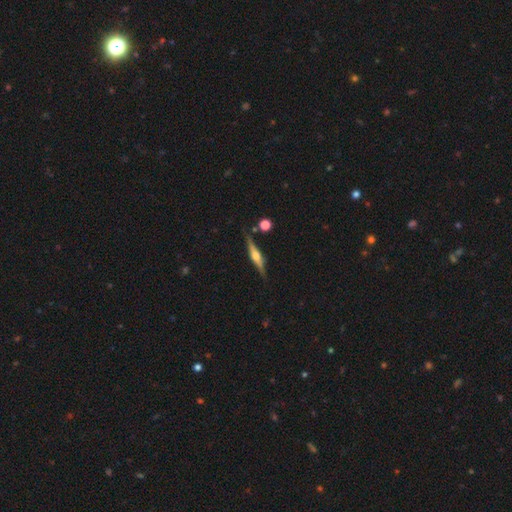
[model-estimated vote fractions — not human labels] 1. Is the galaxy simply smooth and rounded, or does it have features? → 71% featured or disk, 22% smooth, 7% star or artifact.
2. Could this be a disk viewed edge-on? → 97% yes, 3% no.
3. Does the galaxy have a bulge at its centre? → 89% rounded, 8% boxy, 3% none.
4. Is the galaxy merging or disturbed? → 83% none, 11% minor disturbance, 4% merger, 2% major disturbance.